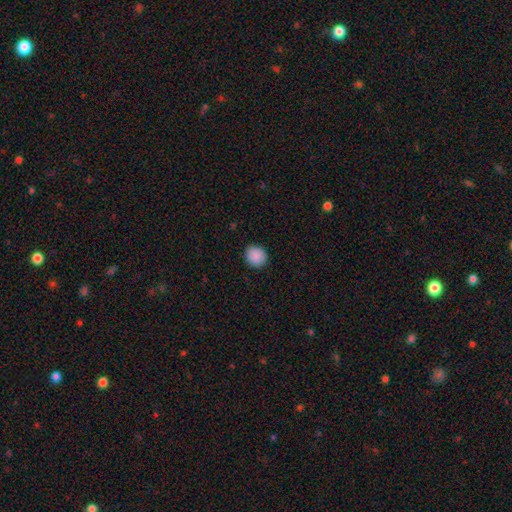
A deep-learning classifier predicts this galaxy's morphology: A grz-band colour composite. It shows a smooth galaxy with no disk features (90%) that is round (84%). Merging: none (91%).